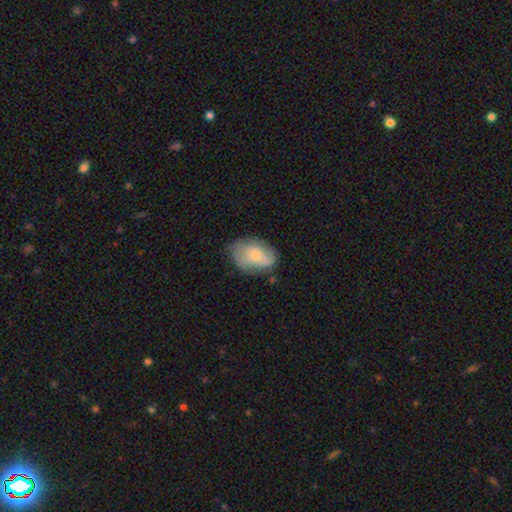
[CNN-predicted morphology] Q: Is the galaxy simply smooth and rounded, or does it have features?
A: featured or disk — 47%.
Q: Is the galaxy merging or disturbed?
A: none — 60%.